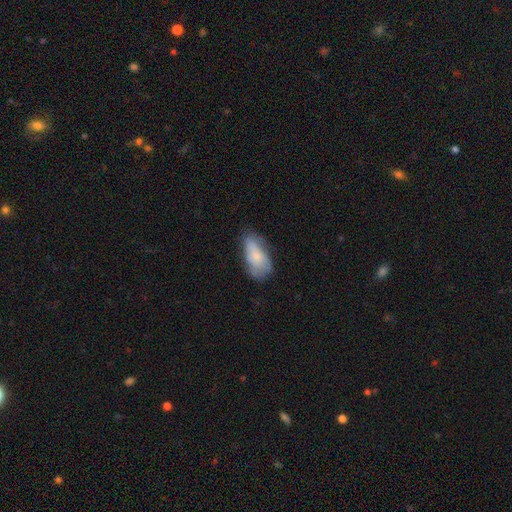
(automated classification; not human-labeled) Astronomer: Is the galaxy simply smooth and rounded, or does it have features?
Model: smooth — 72%.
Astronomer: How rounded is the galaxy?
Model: in between — 90%.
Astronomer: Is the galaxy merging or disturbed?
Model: none — 45% (runner-up: minor disturbance, 36%).